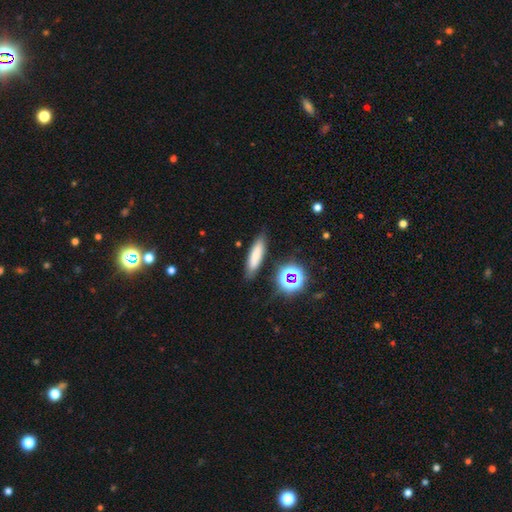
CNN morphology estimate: This appears to be a smooth galaxy with no disk features (74%) that is cigar-shaped (68%). Merging: none (85%).